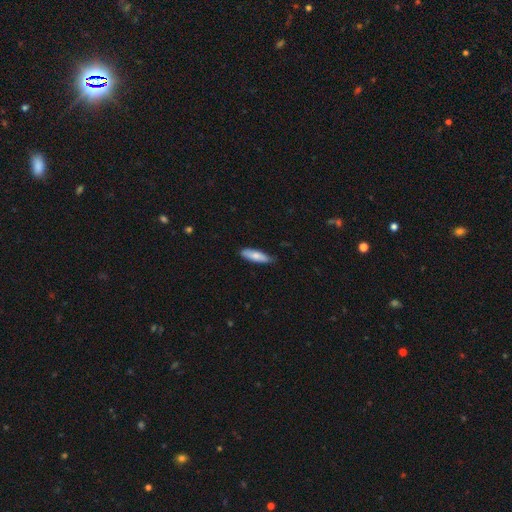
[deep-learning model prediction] A smooth galaxy with no disk features (78%) that is cigar-shaped (54%).

Vote fractions:
- Smooth or featured? smooth: 78% / featured or disk: 17% / star or artifact: 6%
- How rounded? cigar-shaped: 54% / in between: 44% / round: 2%
- Merging? none: 77% / minor disturbance: 20% / major disturbance: 2% / merger: 1%